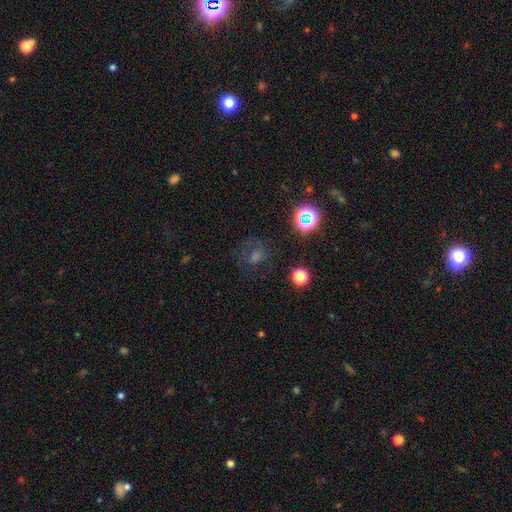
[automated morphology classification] smooth_or_featured: star or artifact (p=0.38) [alt: smooth p=0.34]